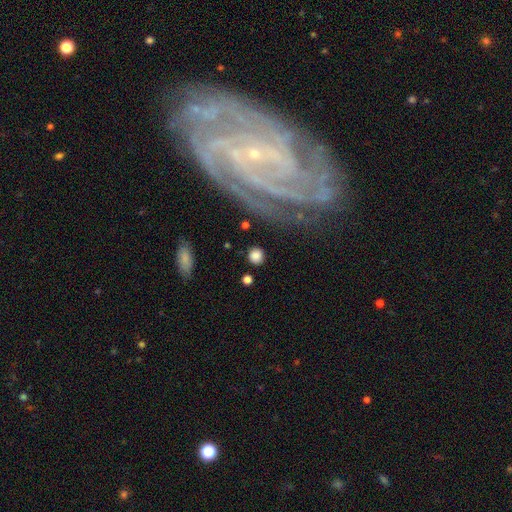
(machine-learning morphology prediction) This is clearly a smooth galaxy (81%). How rounded: clearly round (89%). Merging: clearly none (84%).